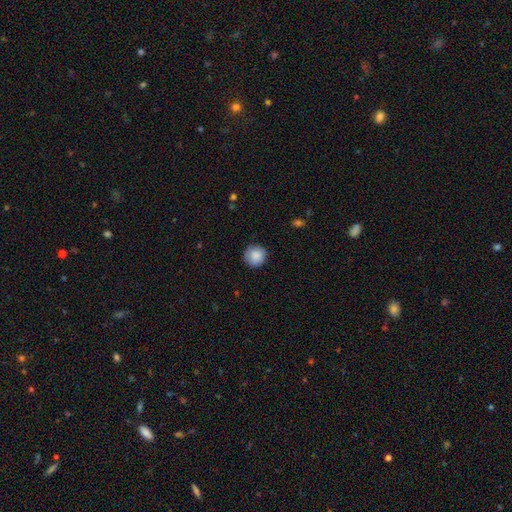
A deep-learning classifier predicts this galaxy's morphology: Overall: smooth (88%). How rounded: round (94%). Merging: none (86%).